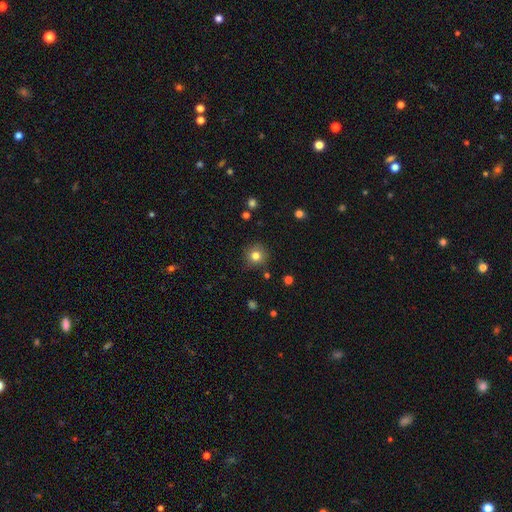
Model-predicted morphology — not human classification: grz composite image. It shows a smooth galaxy with no disk features (80%) that is round (94%). Merging: none (88%).